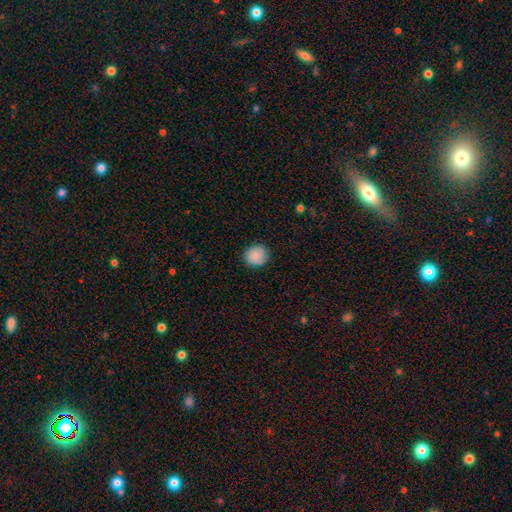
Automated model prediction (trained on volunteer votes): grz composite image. It shows a smooth galaxy with no disk features (88%) that is round (84%). Merging: none (87%).